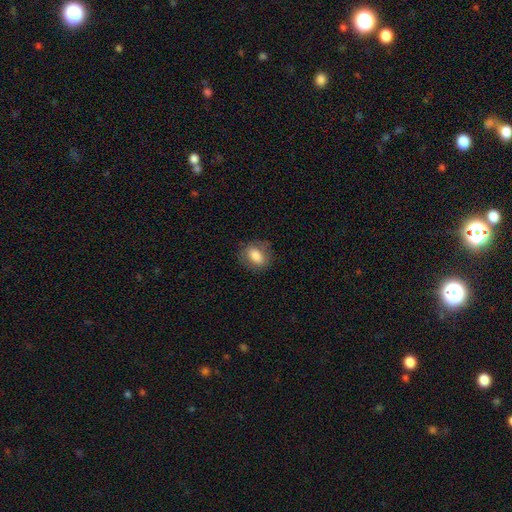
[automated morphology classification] smooth 79%, featured or disk 13%, star or artifact 8%. Down the decision tree: how rounded — in between (66%); merging — none (79%).